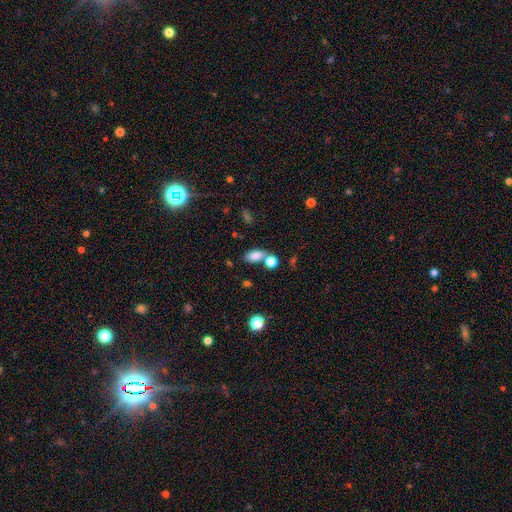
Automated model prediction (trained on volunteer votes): This is clearly a smooth galaxy (82%). How rounded: clearly in between (86%). Merging: possibly none (56%).